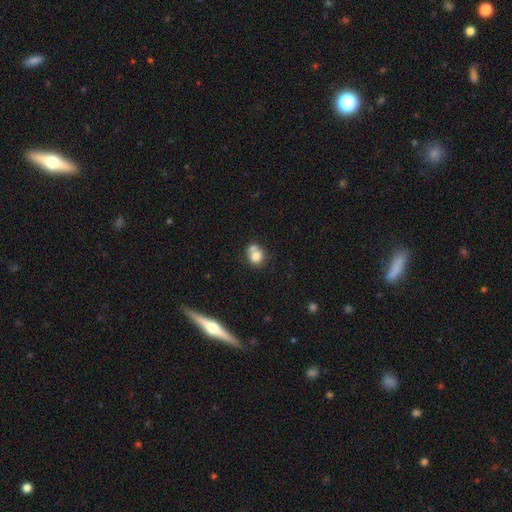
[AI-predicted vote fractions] Morphology: type=smooth (76%); roundness=round (73%); merging=merger (43%).